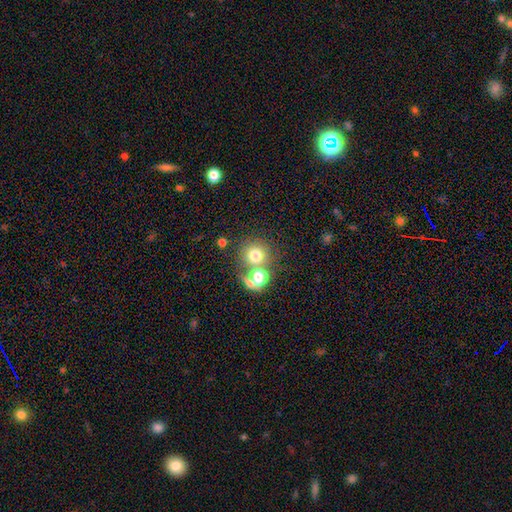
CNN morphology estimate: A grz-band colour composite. It shows a smooth galaxy with no disk features (71%) that is round (88%). Merging: none (57%).